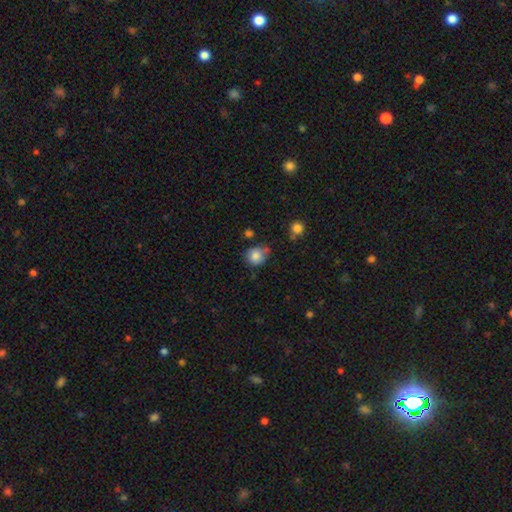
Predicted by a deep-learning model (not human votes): The model was most divided on "merging": none: 65%, minor disturbance: 22%, merger: 8%, major disturbance: 5%. More confident: smooth or featured — smooth (83%); how rounded — round (79%).